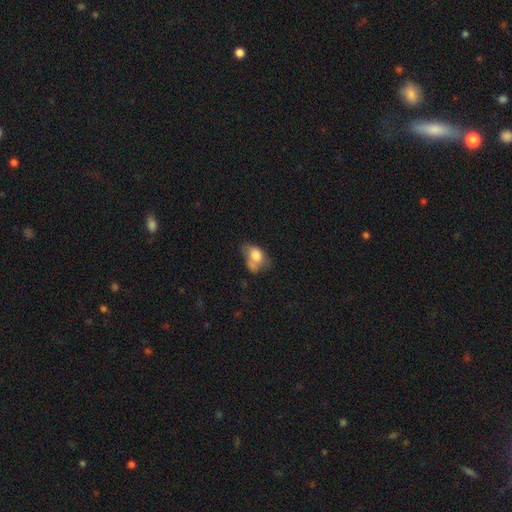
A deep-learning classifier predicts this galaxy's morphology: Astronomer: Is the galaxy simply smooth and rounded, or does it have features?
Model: smooth — 69%.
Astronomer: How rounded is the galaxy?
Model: in between — 78%.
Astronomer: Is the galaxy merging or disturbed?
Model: minor disturbance — 29% (runner-up: major disturbance, 26%).